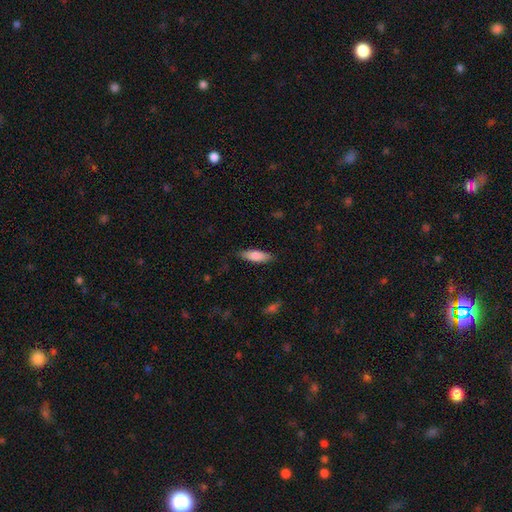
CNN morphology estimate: This appears to be a smooth galaxy with no disk features (81%) that is in between round and cigar-shaped (53%). Merging: none (84%).